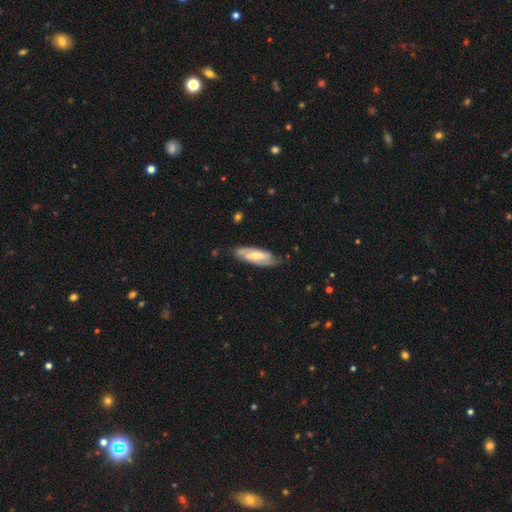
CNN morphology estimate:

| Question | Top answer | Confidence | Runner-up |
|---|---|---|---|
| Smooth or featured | featured or disk | 70% | smooth (25%) |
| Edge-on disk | no | 86% | yes (14%) |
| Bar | weak | 39% | strong (31%) |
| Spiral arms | yes | 90% | no (10%) |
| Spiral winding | tight | 42% | tied: medium (42%) |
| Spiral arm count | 2 | 77% | can't tell (15%) |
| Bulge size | small | 48% | moderate (44%) |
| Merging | none | 73% | minor disturbance (20%) |